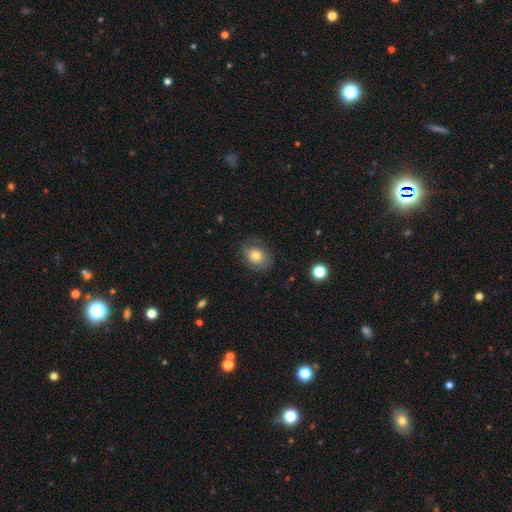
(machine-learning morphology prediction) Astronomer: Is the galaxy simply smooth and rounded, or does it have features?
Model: smooth — 57% (runner-up: featured or disk, 34%).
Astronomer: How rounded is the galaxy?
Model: in between — 52% (runner-up: round, 47%).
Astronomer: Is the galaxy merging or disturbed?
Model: none — 73%.